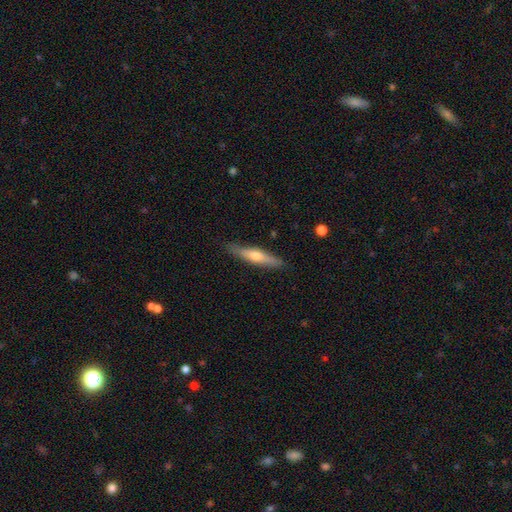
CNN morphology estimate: type=featured or disk (48%); merging=none (85%).